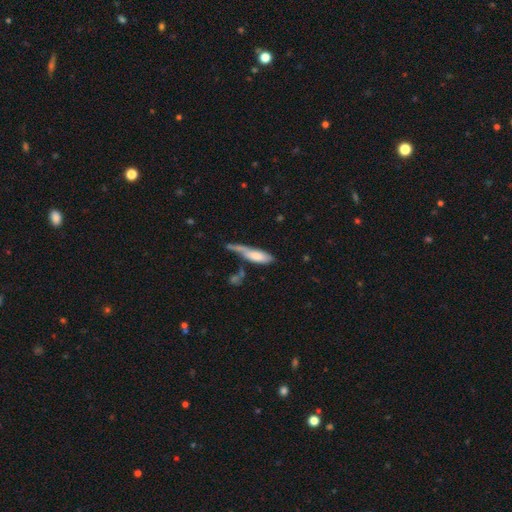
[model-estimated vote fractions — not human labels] Overall: smooth (71%). How rounded: in between (50%; cigar-shaped 48%). Merging: none (30%; minor disturbance 27%).